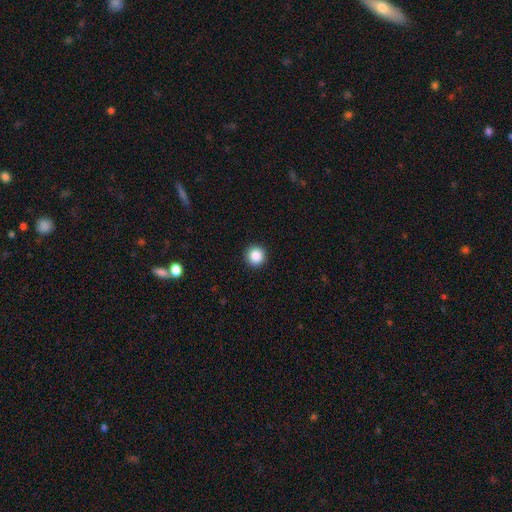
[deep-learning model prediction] Morphology: type=smooth (87%); roundness=round (95%); merging=none (93%).